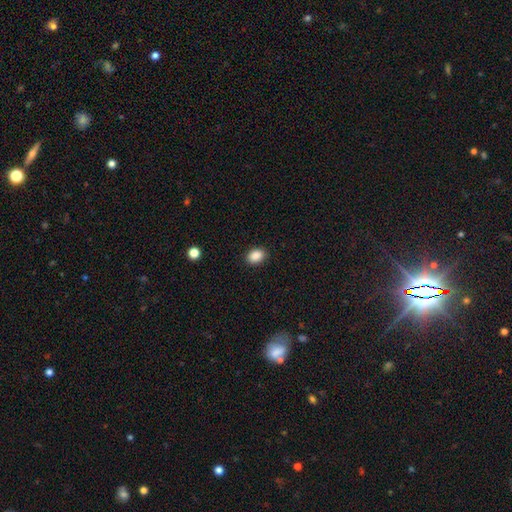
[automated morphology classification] The model was most divided on "how rounded": in between: 75%, round: 24%, cigar-shaped: 1%. More confident: merging — none (90%); smooth or featured — smooth (89%).